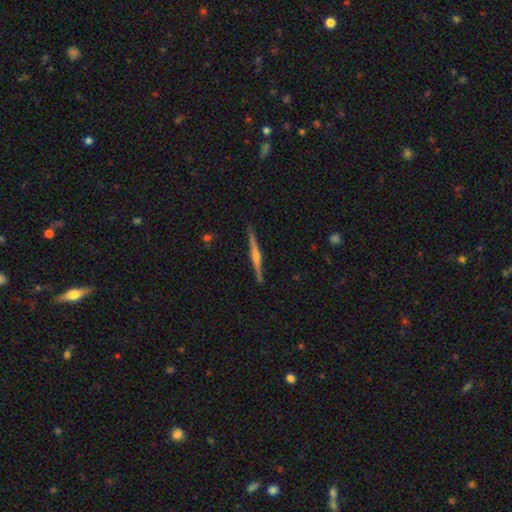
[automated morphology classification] Overall: featured or disk (71%). Edge-on disk: yes (98%). Edge-on bulge: rounded (62%). Merging: none (90%).